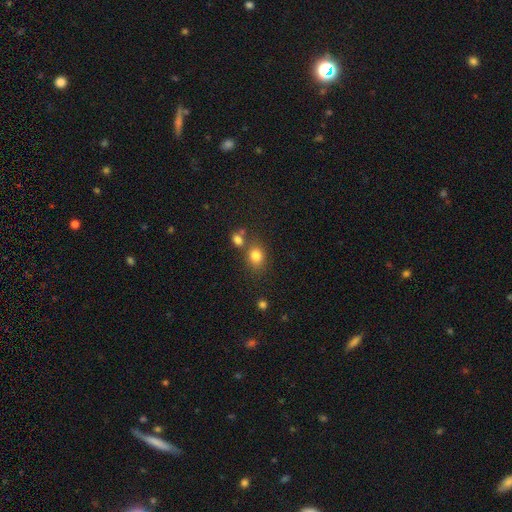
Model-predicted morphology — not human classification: A smooth galaxy with no disk features (81%) that is round (57%). Merging: none (63%).